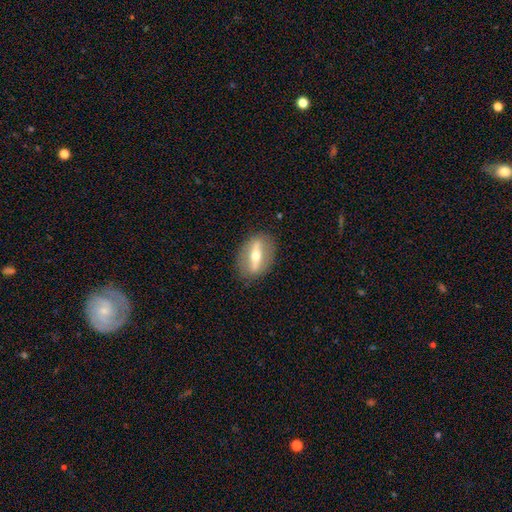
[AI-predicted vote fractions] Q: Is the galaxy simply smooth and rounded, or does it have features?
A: featured or disk — 66%.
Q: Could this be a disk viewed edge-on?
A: no — 52%.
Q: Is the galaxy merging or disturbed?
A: none — 84%.